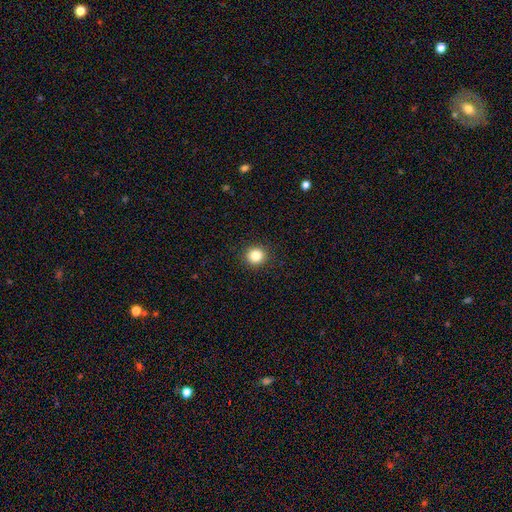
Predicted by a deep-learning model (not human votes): Morphology: type=smooth (85%); roundness=round (91%); merging=none (92%).